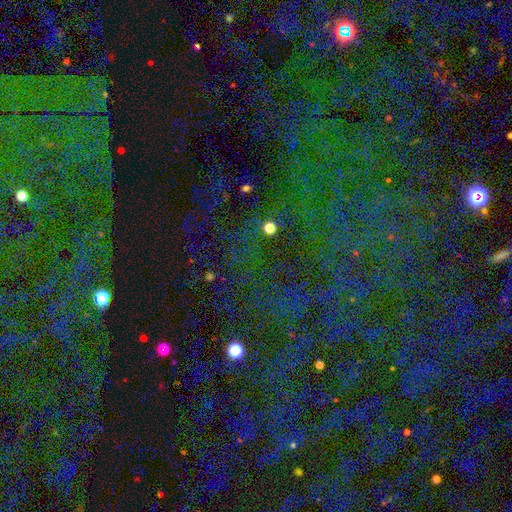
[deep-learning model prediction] Smooth or featured?
  - star or artifact: 80% *
  - smooth: 12%
  - featured or disk: 8%